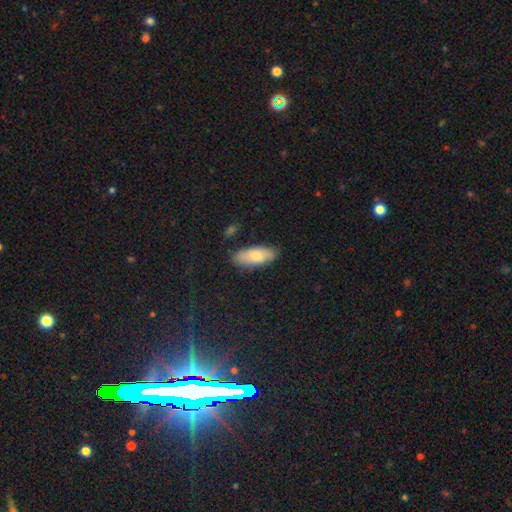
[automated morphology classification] Smooth or featured? Predicted: smooth (p=0.74). How rounded? Predicted: in between (p=0.80). Merging? Predicted: none (p=0.79).